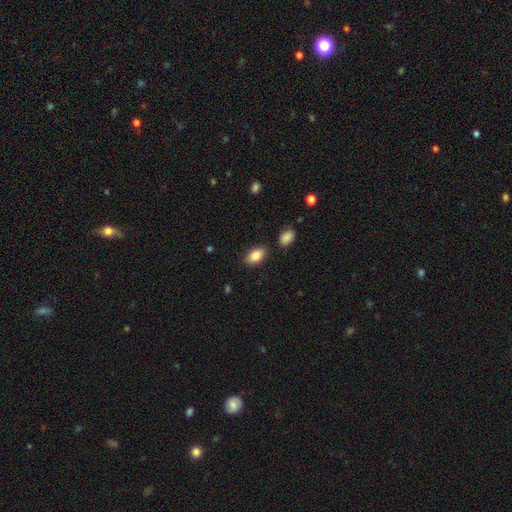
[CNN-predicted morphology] type=smooth (84%); roundness=in between (92%); merging=none (86%).